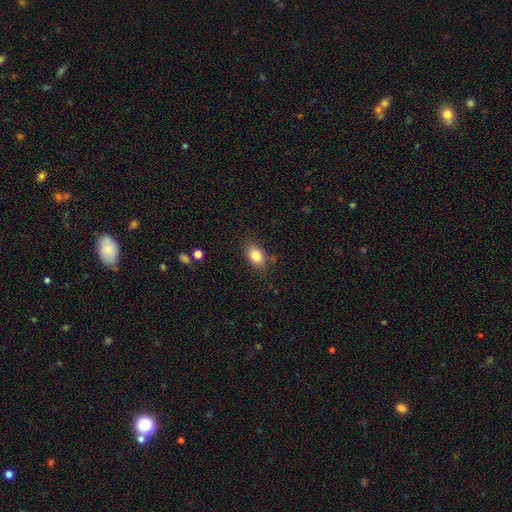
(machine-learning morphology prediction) The model was most divided on "how rounded": in between: 81%, round: 17%, cigar-shaped: 1%. More confident: merging — none (83%); smooth or featured — smooth (83%).